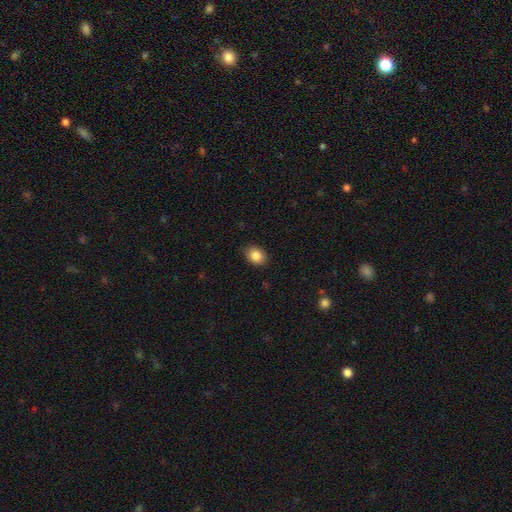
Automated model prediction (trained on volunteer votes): A smooth galaxy with no disk features (85%) that is in between round and cigar-shaped (66%). Merging: none (87%).